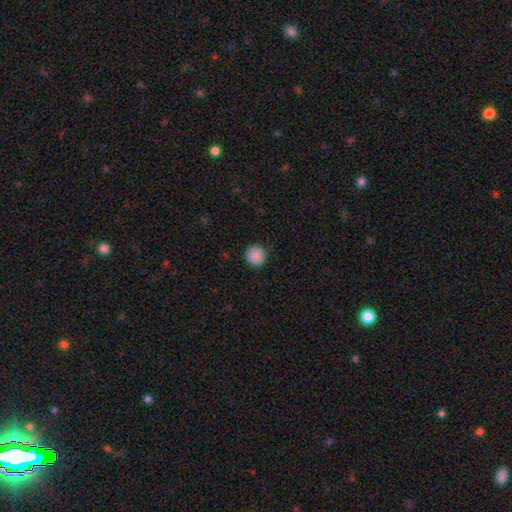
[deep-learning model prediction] Q: Smooth or featured?
A: smooth (89%); runner-up: star or artifact (8%)
Q: How rounded?
A: round (95%); runner-up: in between (4%)
Q: Merging?
A: none (90%); runner-up: minor disturbance (7%)